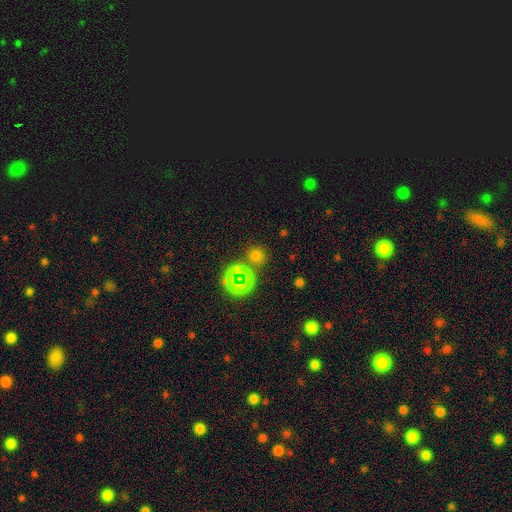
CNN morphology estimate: This appears to be a smooth galaxy with no disk features (62%) that is round (89%). Merging: none (78%).